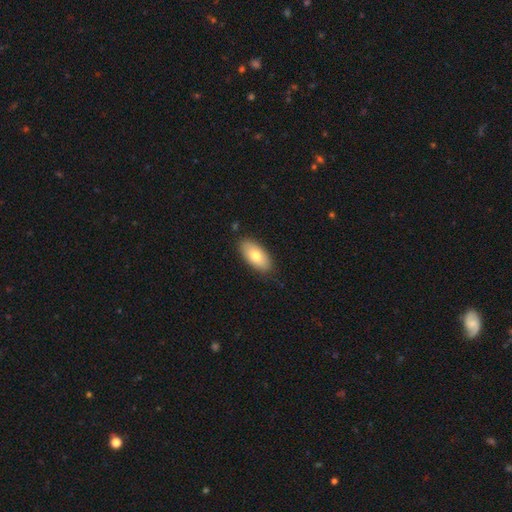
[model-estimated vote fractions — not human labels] A smooth galaxy with no disk features (77%) that is in between round and cigar-shaped (92%). Merging: none (85%).